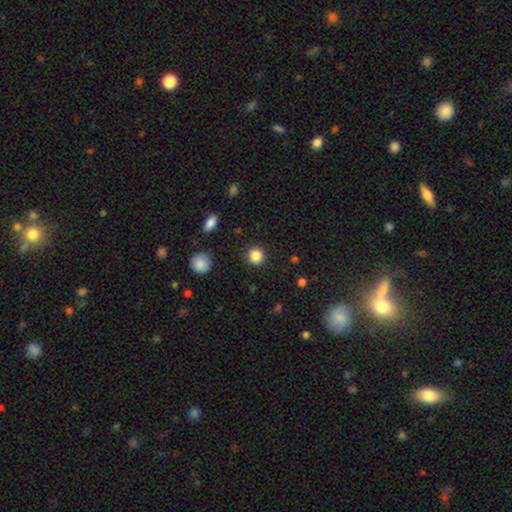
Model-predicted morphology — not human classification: Overall: smooth (86%). How rounded: round (92%). Merging: none (91%).